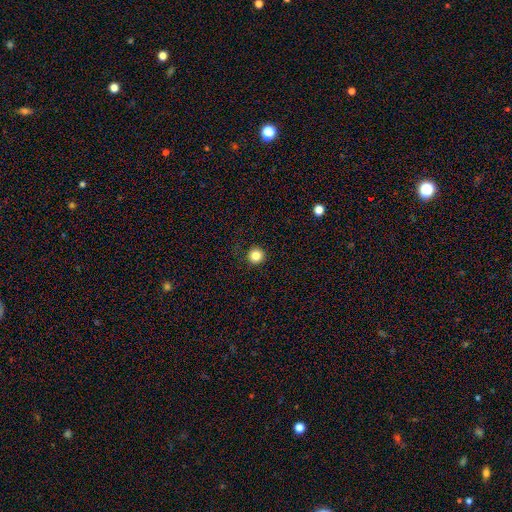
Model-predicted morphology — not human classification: The model was most divided on "smooth or featured": smooth: 84%, star or artifact: 12%, featured or disk: 4%. More confident: how rounded — round (96%); merging — none (91%).